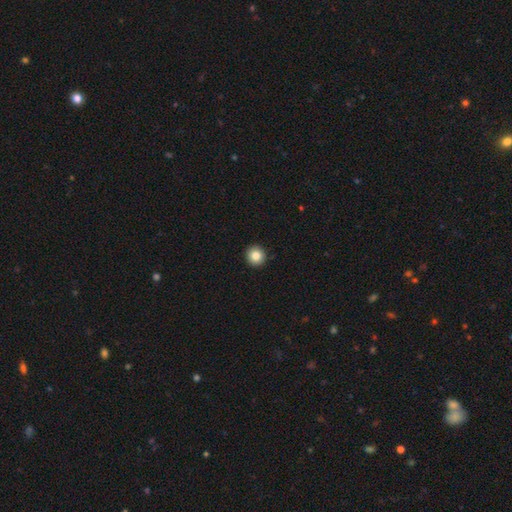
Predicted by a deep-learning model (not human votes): Smooth or featured? smooth (84%)
How rounded? round (94%)
Merging? none (93%)